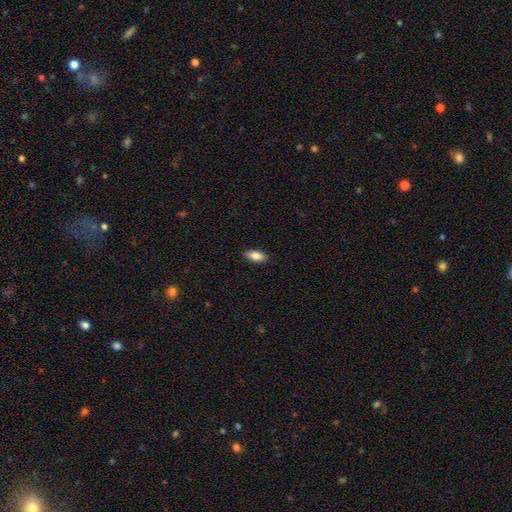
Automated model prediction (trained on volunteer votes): This is clearly a smooth galaxy (86%). How rounded: clearly in between (88%). Merging: clearly none (89%).